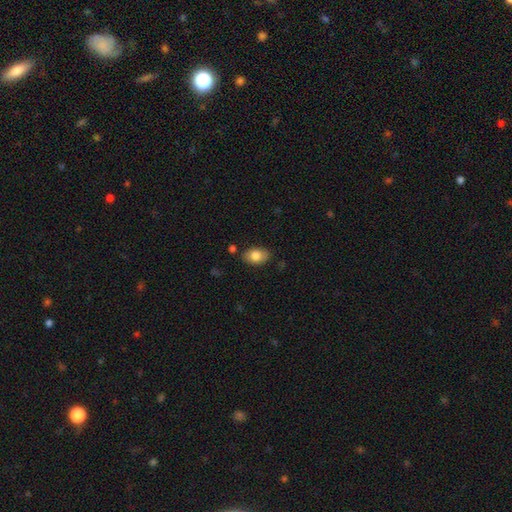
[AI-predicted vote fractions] Smooth or featured? Predicted: smooth (p=0.82). How rounded? Predicted: in between (p=0.89). Merging? Predicted: none (p=0.83).